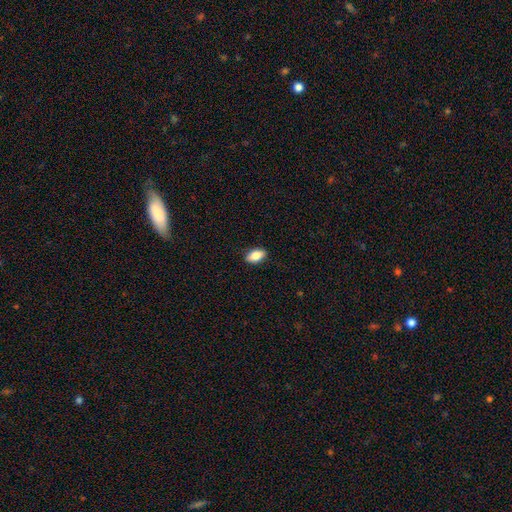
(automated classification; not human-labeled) Smooth or featured? Predicted: smooth (p=0.84). How rounded? Predicted: in between (p=0.91). Merging? Predicted: none (p=0.89).